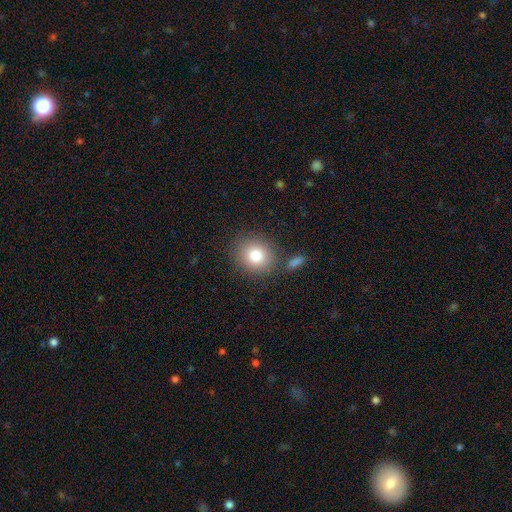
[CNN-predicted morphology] Smooth or featured?
  - smooth: 81% *
  - star or artifact: 10%
  - featured or disk: 9%
How rounded?
  - round: 82% *
  - in between: 17%
  - cigar-shaped: 1%
Merging?
  - none: 81% *
  - minor disturbance: 9%
  - merger: 6%
  - major disturbance: 4%